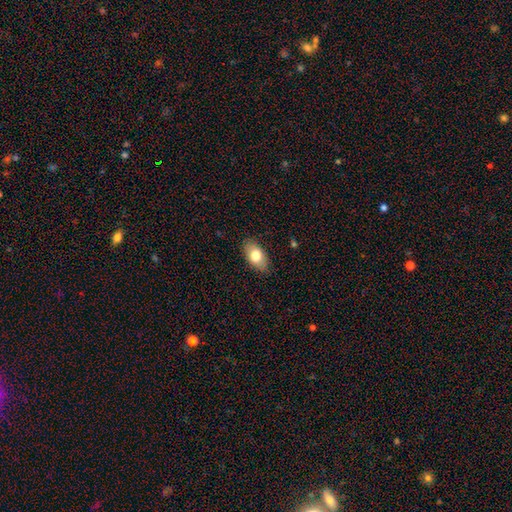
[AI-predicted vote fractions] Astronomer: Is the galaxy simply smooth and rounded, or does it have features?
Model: smooth — 77%.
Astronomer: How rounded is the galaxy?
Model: in between — 92%.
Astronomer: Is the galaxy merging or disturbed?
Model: none — 86%.